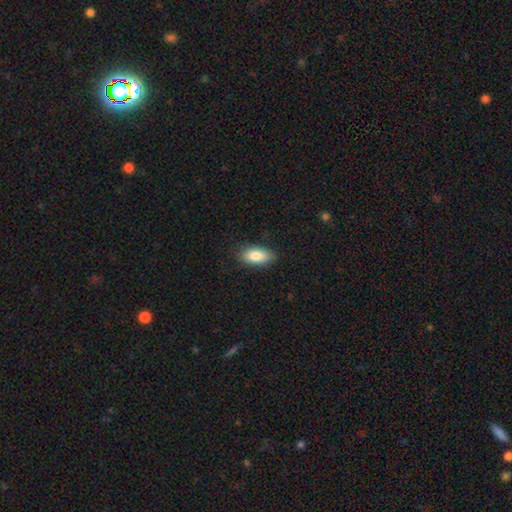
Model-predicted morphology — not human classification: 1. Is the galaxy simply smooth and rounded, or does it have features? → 83% smooth, 10% featured or disk, 7% star or artifact.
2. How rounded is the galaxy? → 87% in between, 10% cigar-shaped, 3% round.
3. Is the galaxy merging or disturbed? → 85% none, 11% minor disturbance, 2% major disturbance, 1% merger.